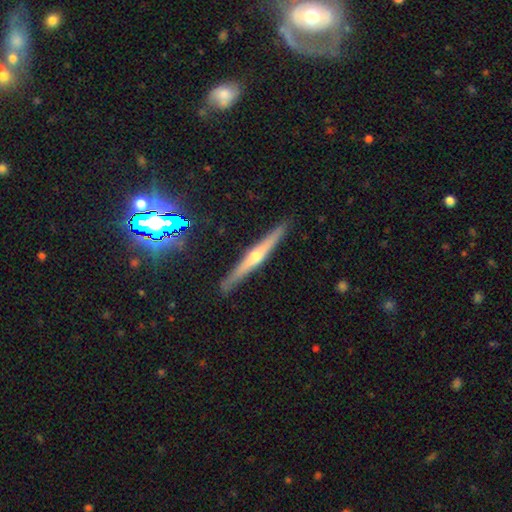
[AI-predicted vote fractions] This appears to be a featured or disk galaxy (68%) viewed edge-on (97%) with a rounded central bulge (84%). Merging: none (90%).